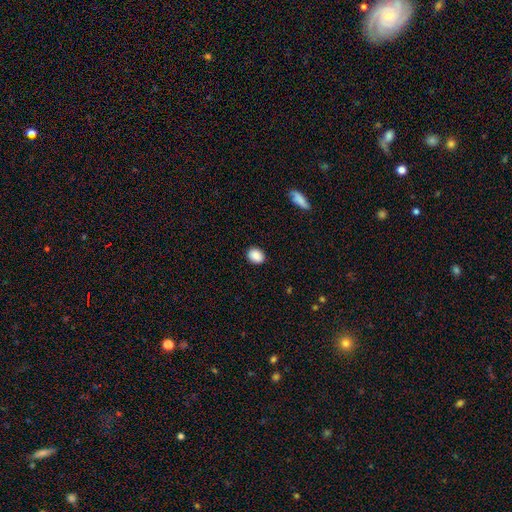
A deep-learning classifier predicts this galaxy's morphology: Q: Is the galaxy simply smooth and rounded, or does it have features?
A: smooth — 89%.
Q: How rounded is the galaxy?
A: in between — 52%.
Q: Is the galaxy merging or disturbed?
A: none — 89%.